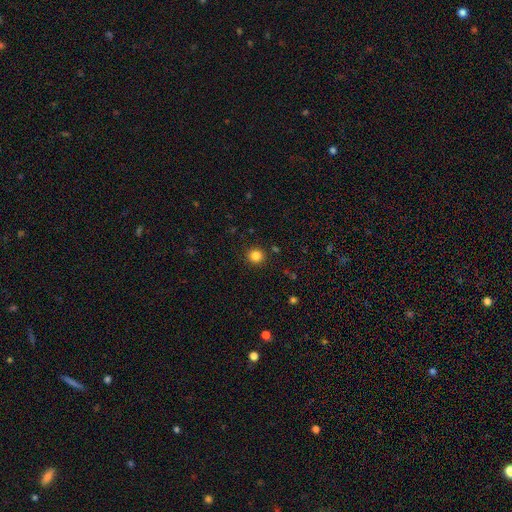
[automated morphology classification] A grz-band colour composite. It shows a smooth galaxy with no disk features (84%) that is round (93%). Merging: none (91%).